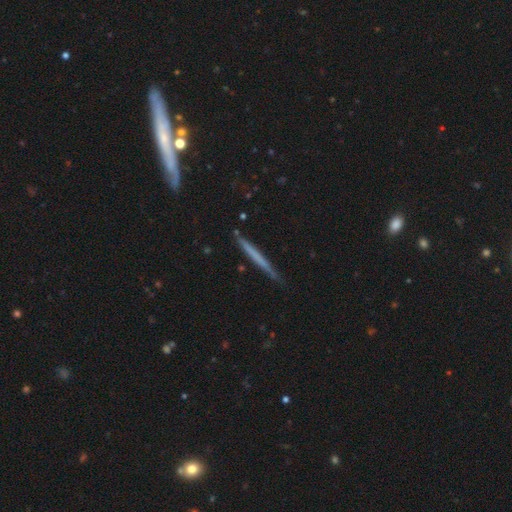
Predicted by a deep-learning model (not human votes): Smooth or featured? Predicted: smooth (p=0.50). Merging? Predicted: none (p=0.87).